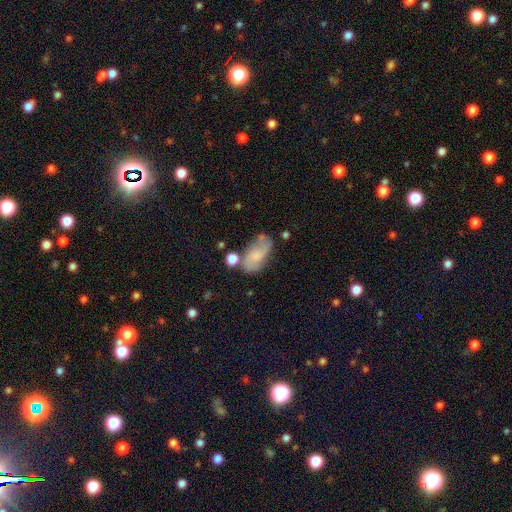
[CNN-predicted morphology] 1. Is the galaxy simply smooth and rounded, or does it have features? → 49% featured or disk, 43% smooth, 8% star or artifact.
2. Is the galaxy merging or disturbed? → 59% none, 22% minor disturbance, 11% merger, 8% major disturbance.